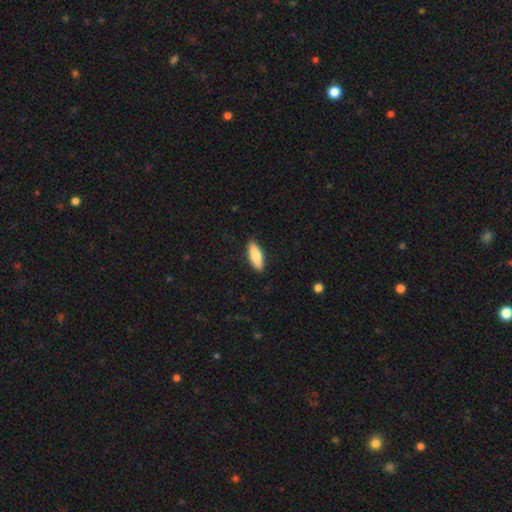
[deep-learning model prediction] The model was most divided on "how rounded": in between: 61%, cigar-shaped: 37%, round: 2%. More confident: merging — none (90%); smooth or featured — smooth (80%).